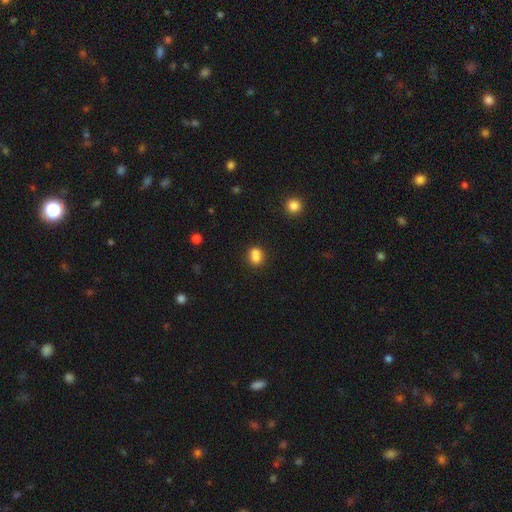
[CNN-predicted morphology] Smooth or featured?
  - smooth: 77% *
  - featured or disk: 11%
  - star or artifact: 11%
How rounded?
  - round: 66% *
  - in between: 33%
  - cigar-shaped: 1%
Merging?
  - none: 44% *
  - merger: 42%
  - minor disturbance: 11%
  - major disturbance: 3%